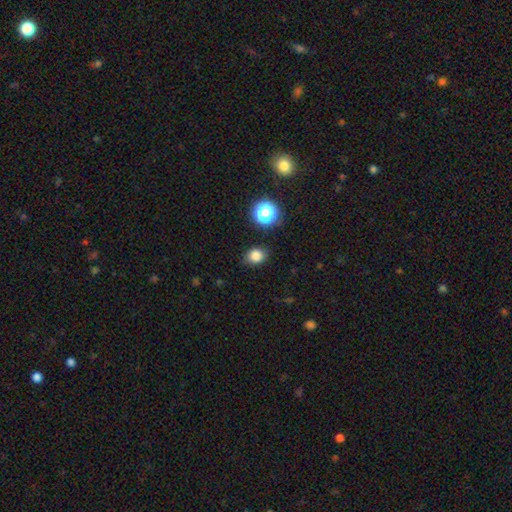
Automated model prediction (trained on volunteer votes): smooth-or-featured: smooth: 81% | star or artifact: 14% | featured or disk: 5%
  how-rounded: round: 61% | in between: 38% | cigar-shaped: 1%
  merging: none: 84% | minor disturbance: 12% | major disturbance: 3% | merger: 2%